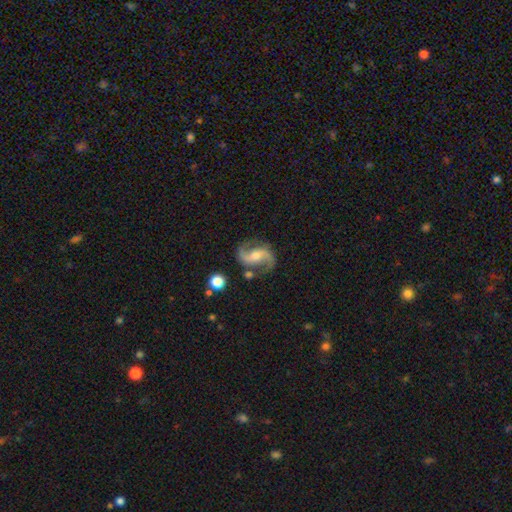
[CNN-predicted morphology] Q: Smooth or featured?
A: featured or disk (91%); runner-up: star or artifact (5%)
Q: Edge-on disk?
A: no (98%); runner-up: yes (2%)
Q: Bar?
A: weak (39%); runner-up: no (32%)
Q: Spiral arms?
A: yes (98%); runner-up: no (2%)
Q: Spiral winding?
A: loose (45%); tied with: medium (45%)
Q: Spiral arm count?
A: 2 (94%); runner-up: can't tell (1%)
Q: Bulge size?
A: moderate (53%); runner-up: small (40%)
Q: Merging?
A: none (80%); runner-up: minor disturbance (12%)